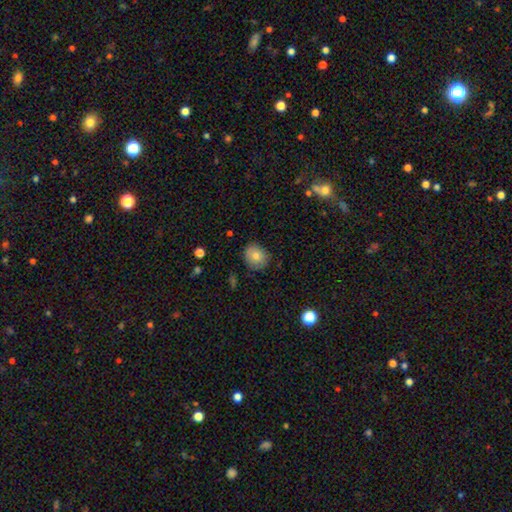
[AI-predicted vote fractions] Overall: smooth (76%). How rounded: round (73%). Merging: none (82%).